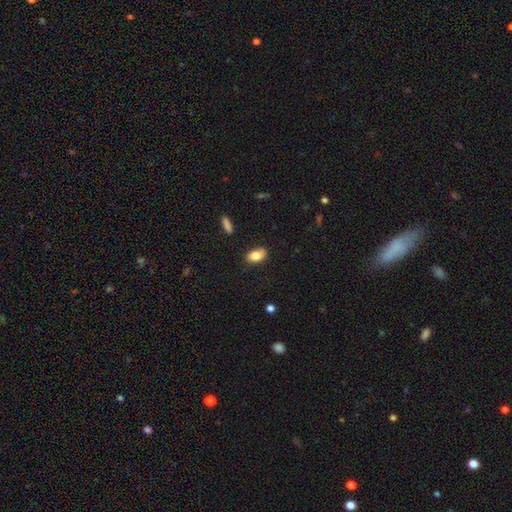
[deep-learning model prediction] Q: Smooth or featured?
A: smooth (82%); runner-up: featured or disk (10%)
Q: How rounded?
A: in between (89%); runner-up: round (8%)
Q: Merging?
A: none (77%); runner-up: minor disturbance (17%)